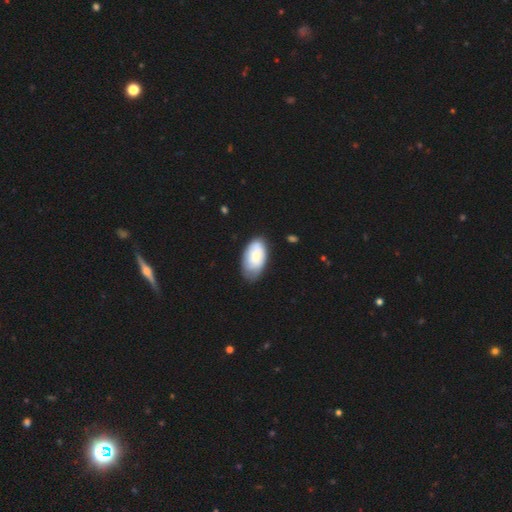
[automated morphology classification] Smooth or featured: smooth — 69% (featured or disk — 25%)
How rounded: in between — 95% (round — 4%)
Merging: none — 63% (minor disturbance — 28%)